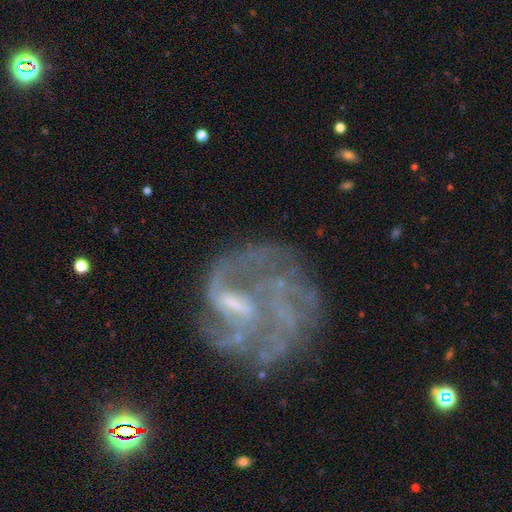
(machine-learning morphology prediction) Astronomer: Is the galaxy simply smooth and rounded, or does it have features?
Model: featured or disk — 80%.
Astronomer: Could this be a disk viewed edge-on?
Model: no — 98%.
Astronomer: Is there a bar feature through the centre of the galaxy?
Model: weak — 48% (runner-up: no, 34%).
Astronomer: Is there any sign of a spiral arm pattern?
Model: yes — 78%.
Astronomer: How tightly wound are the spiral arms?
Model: medium — 40% (runner-up: loose, 33%).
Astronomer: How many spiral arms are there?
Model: can't tell — 32% (runner-up: 2, 24%).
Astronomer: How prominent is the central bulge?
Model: none — 41% (runner-up: small, 32%).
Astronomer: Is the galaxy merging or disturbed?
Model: none — 43% (runner-up: major disturbance, 35%).